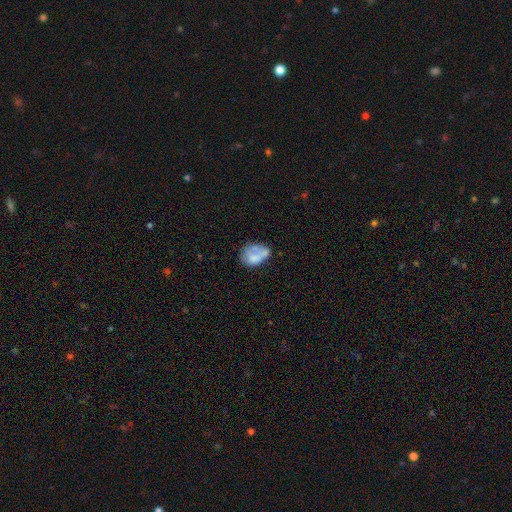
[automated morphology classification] Smooth or featured?
  - smooth: 63% *
  - featured or disk: 28%
  - star or artifact: 9%
How rounded?
  - in between: 75% *
  - round: 24%
  - cigar-shaped: 1%
Merging?
  - none: 37% *
  - minor disturbance: 29%
  - major disturbance: 20%
  - merger: 14%